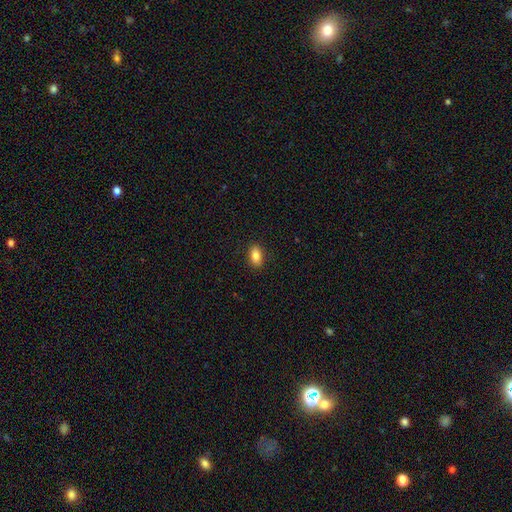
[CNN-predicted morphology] This is clearly a smooth galaxy (84%). How rounded: clearly in between (89%). Merging: clearly none (89%).